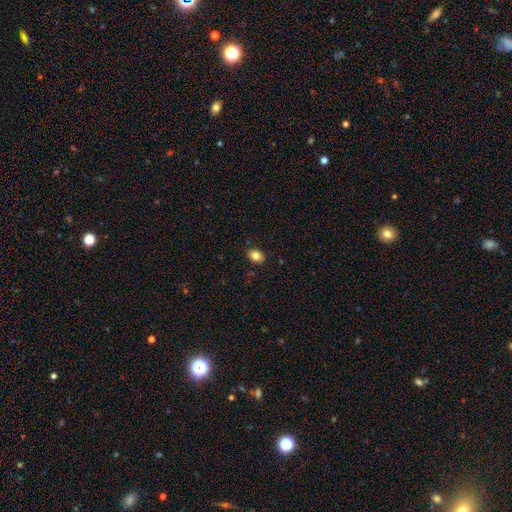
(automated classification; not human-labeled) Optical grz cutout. It shows a smooth galaxy with no disk features (82%) that is in between round and cigar-shaped (67%). Merging: none (86%).